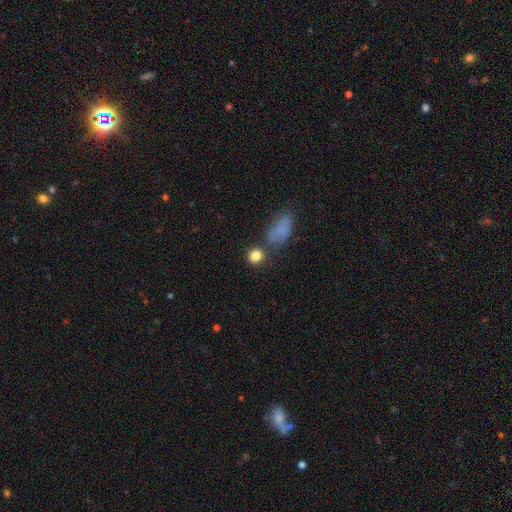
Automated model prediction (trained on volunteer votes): Smooth or featured?
  - smooth: 83% *
  - star or artifact: 11%
  - featured or disk: 6%
How rounded?
  - round: 83% *
  - in between: 15%
  - cigar-shaped: 2%
Merging?
  - none: 71% *
  - merger: 13%
  - minor disturbance: 11%
  - major disturbance: 5%